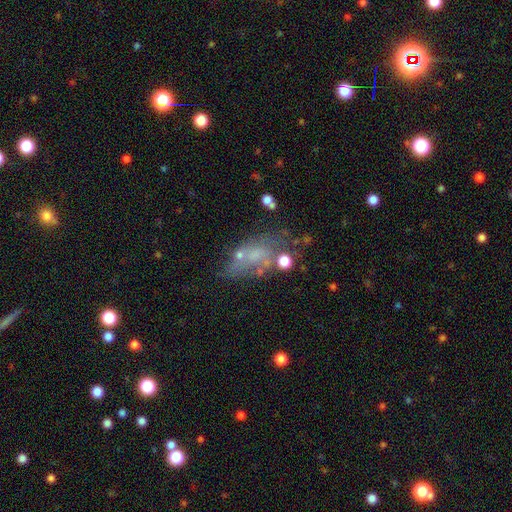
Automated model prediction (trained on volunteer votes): The model was most divided on "smooth or featured": featured or disk: 42%, smooth: 39%, star or artifact: 18%. Remaining: merging — none (36%).